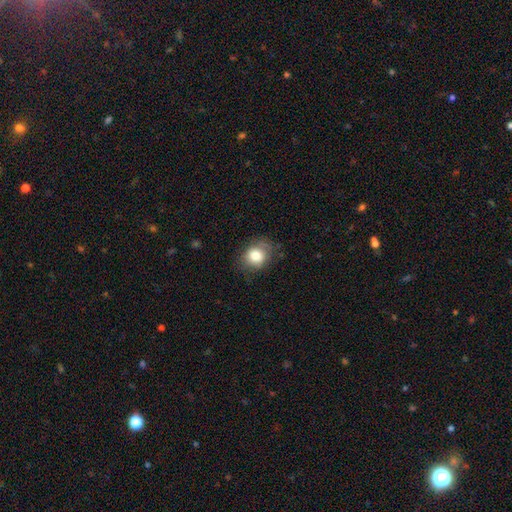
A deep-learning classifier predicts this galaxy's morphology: Smooth or featured? Predicted: smooth (p=0.79). How rounded? Predicted: round (p=0.62). Merging? Predicted: none (p=0.72).